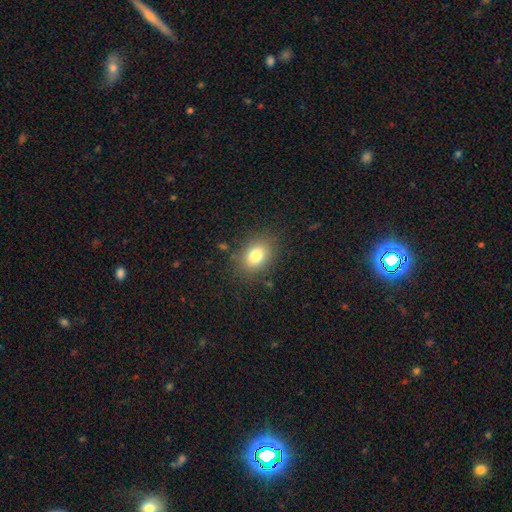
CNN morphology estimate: The model was most divided on "how rounded": in between: 65%, round: 34%, cigar-shaped: 1%. More confident: merging — none (84%); smooth or featured — smooth (79%).